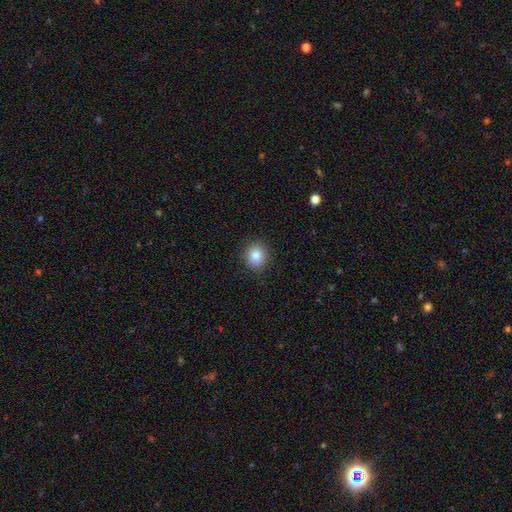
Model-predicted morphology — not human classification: This is clearly a smooth galaxy (84%). How rounded: clearly round (83%). Merging: clearly none (89%).